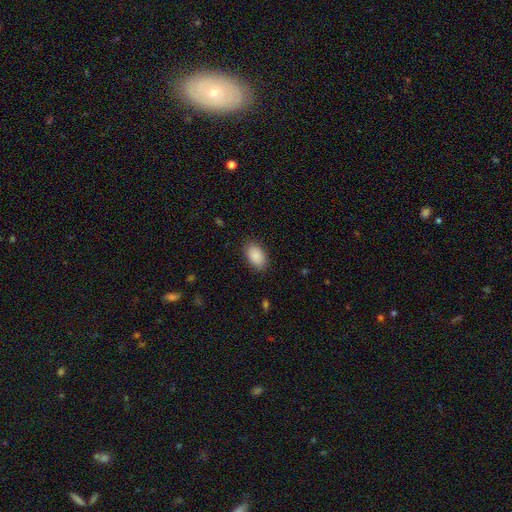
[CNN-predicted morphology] This appears to be a smooth galaxy with no disk features (90%) that is in between round and cigar-shaped (91%). Merging: none (84%).